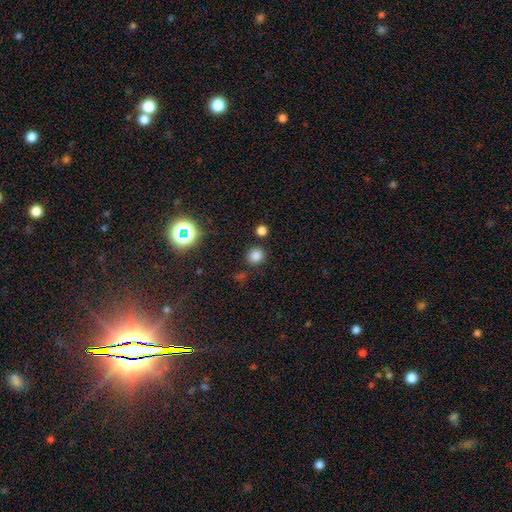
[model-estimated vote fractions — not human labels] A smooth galaxy with no disk features (80%) that is round (86%). Merging: none (84%).